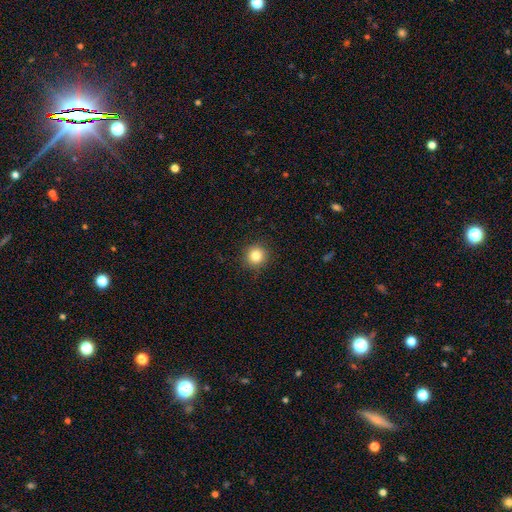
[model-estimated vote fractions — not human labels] Q: Smooth or featured?
A: smooth (83%); runner-up: star or artifact (11%)
Q: How rounded?
A: round (95%); runner-up: in between (4%)
Q: Merging?
A: none (92%); runner-up: minor disturbance (5%)